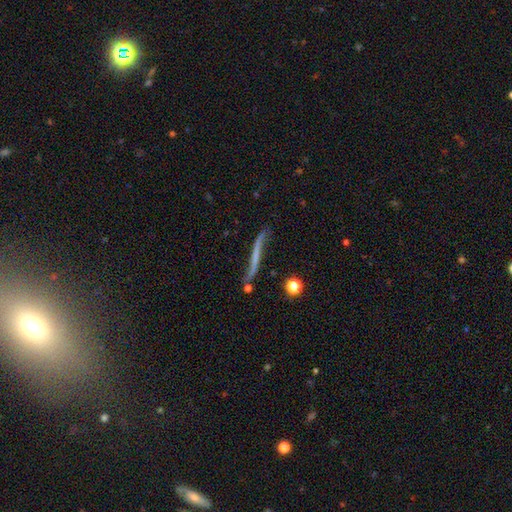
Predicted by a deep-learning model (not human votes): smooth-or-featured: featured or disk: 60% | smooth: 31% | star or artifact: 9%
  disk-edge-on: yes: 70% | no: 30%
  merging: none: 59% | minor disturbance: 24% | major disturbance: 10% | merger: 7%